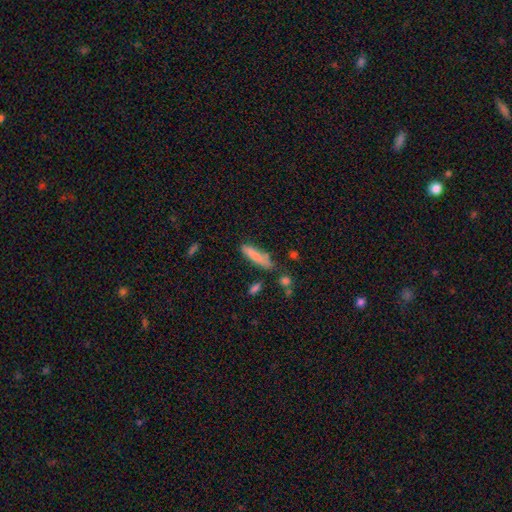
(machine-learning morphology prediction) The model was most divided on "merging": none: 69%, minor disturbance: 20%, merger: 6%, major disturbance: 5%. More confident: smooth or featured — smooth (80%); how rounded — cigar-shaped (78%).